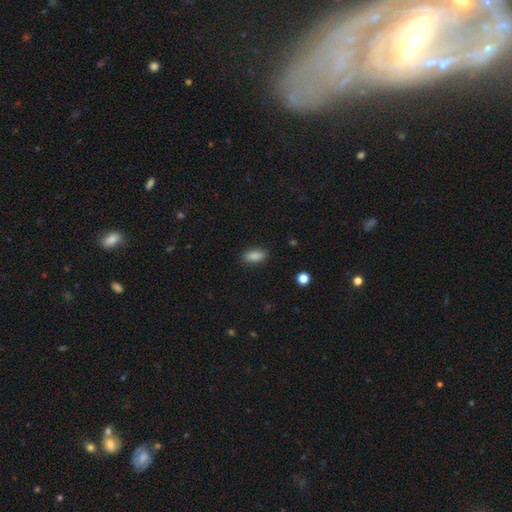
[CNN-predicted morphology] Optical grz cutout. It shows a smooth galaxy with no disk features (87%) that is in between round and cigar-shaped (87%). Merging: none (87%).